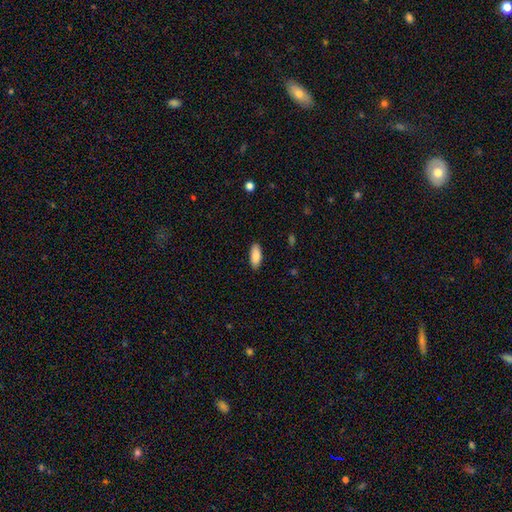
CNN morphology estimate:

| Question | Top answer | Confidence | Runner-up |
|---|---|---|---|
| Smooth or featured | smooth | 88% | featured or disk (6%) |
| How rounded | in between | 80% | cigar-shaped (19%) |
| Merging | none | 88% | minor disturbance (9%) |